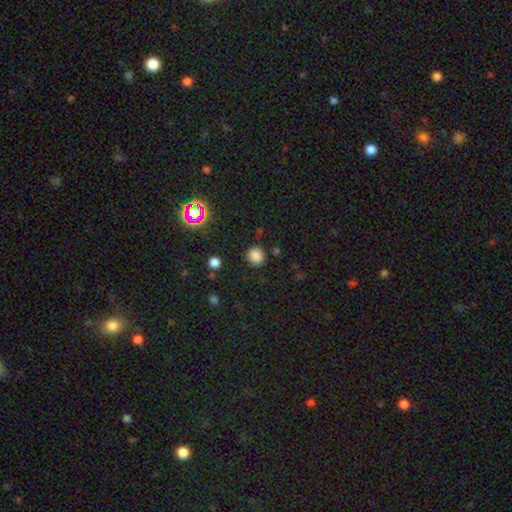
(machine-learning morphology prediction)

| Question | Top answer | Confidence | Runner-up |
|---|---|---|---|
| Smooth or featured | smooth | 80% | star or artifact (16%) |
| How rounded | round | 88% | in between (11%) |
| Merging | none | 86% | minor disturbance (9%) |